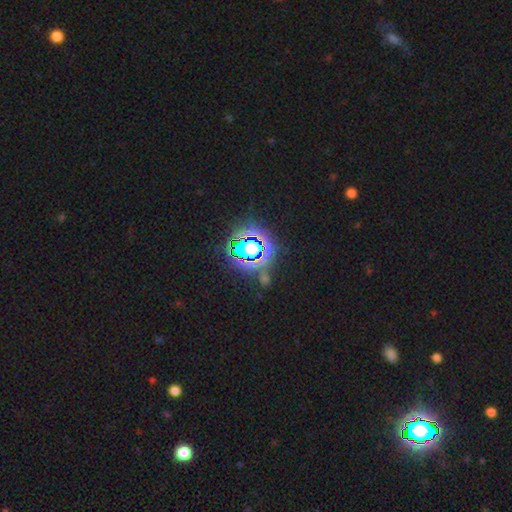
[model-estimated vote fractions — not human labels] star or artifact 80%, smooth 13%, featured or disk 7%.